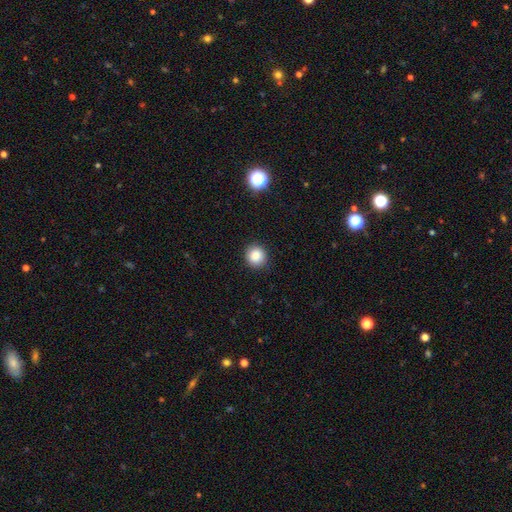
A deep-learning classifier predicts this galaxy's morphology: type=smooth (85%); roundness=round (91%); merging=none (90%).